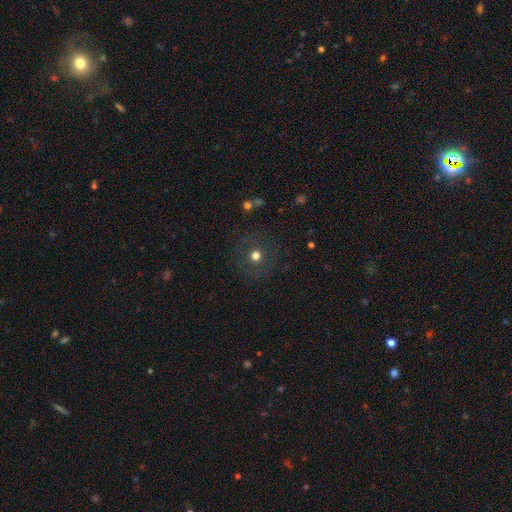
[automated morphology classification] smooth-or-featured: smooth: 64% | featured or disk: 19% | star or artifact: 17%
  how-rounded: round: 94% | in between: 5% | cigar-shaped: 1%
  merging: none: 85% | minor disturbance: 8% | major disturbance: 5% | merger: 2%